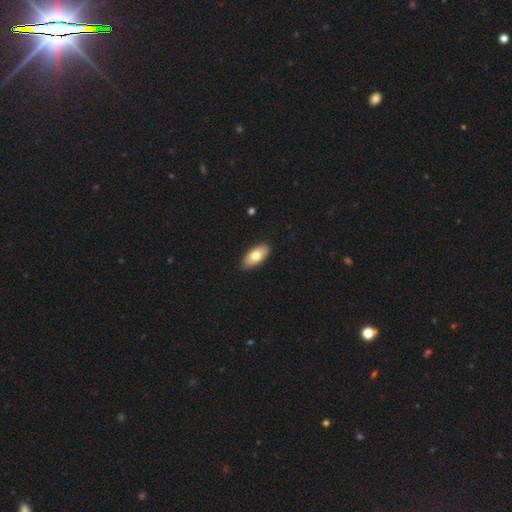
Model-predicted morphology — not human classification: Smooth or featured?
  - smooth: 74% *
  - featured or disk: 20%
  - star or artifact: 6%
How rounded?
  - in between: 92% *
  - cigar-shaped: 6%
  - round: 3%
Merging?
  - none: 90% *
  - minor disturbance: 7%
  - major disturbance: 2%
  - merger: 1%